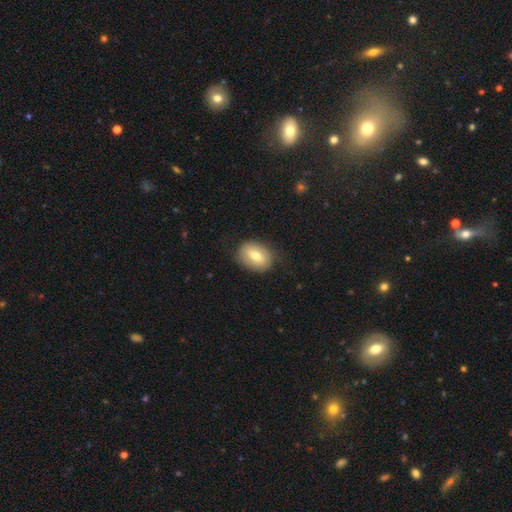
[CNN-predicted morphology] Smooth or featured?
  - smooth: 65% *
  - featured or disk: 28%
  - star or artifact: 7%
How rounded?
  - in between: 72% *
  - round: 27%
  - cigar-shaped: 1%
Merging?
  - none: 81% *
  - minor disturbance: 14%
  - major disturbance: 4%
  - merger: 1%